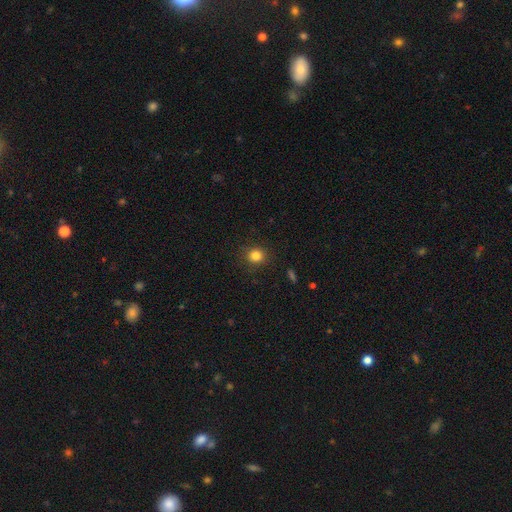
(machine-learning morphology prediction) A smooth galaxy with no disk features (83%) that is round (86%). Merging: none (89%).